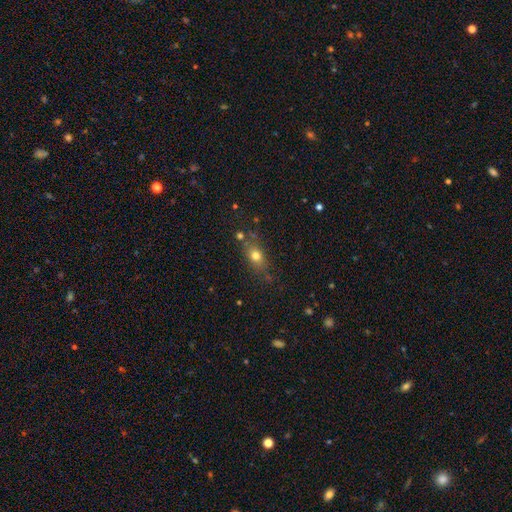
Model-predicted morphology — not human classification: Q: Smooth or featured?
A: smooth (73%); runner-up: featured or disk (14%)
Q: How rounded?
A: in between (65%); runner-up: round (27%)
Q: Merging?
A: none (71%); runner-up: minor disturbance (16%)